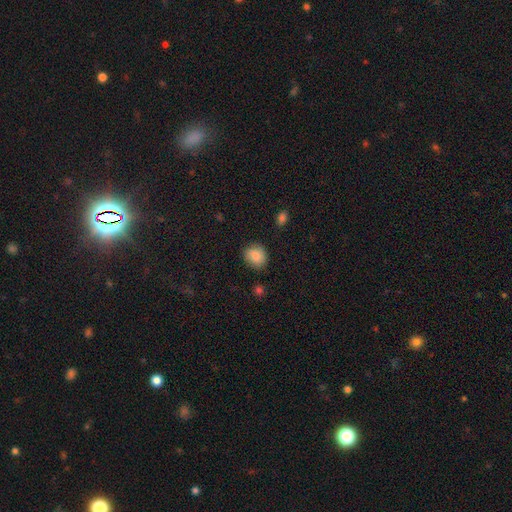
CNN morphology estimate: The model was most divided on "how rounded": round: 69%, in between: 30%, cigar-shaped: 1%. More confident: smooth or featured — smooth (84%); merging — none (81%).